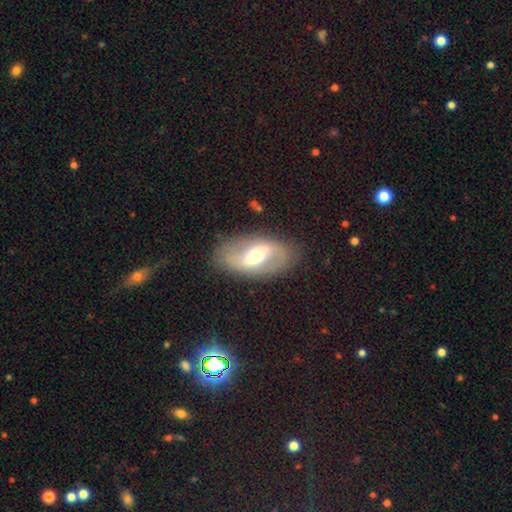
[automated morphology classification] smooth-or-featured: featured or disk: 66% | smooth: 28% | star or artifact: 7%
  disk-edge-on: no: 91% | yes: 9%
    bar: weak: 40% | strong: 39% | no: 21%
    has-spiral-arms: yes: 57% | no: 43%
    bulge-size: moderate: 67% | large: 18% | small: 11% | dominant: 2% | none: 1%
  merging: none: 81% | minor disturbance: 12% | major disturbance: 6% | merger: 1%